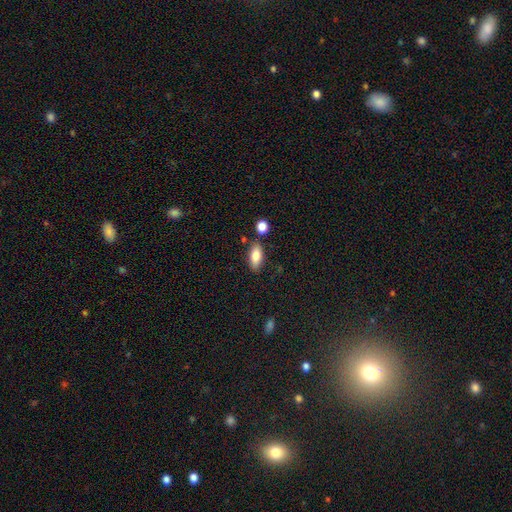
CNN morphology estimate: Smooth or featured? smooth (83%)
How rounded? in between (86%)
Merging? none (79%)